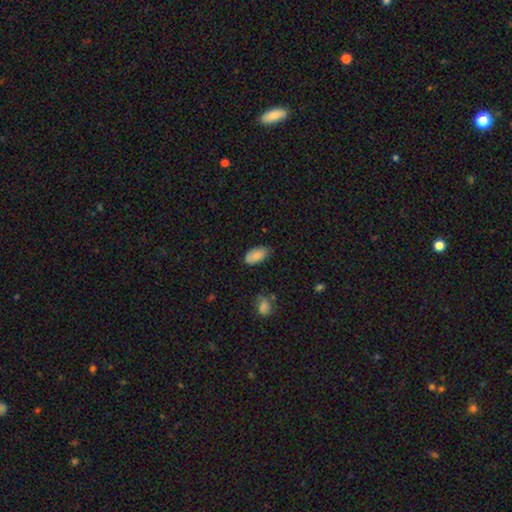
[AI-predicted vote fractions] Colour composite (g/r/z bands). It shows a smooth galaxy with no disk features (85%) that is in between round and cigar-shaped (94%). Merging: none (70%).